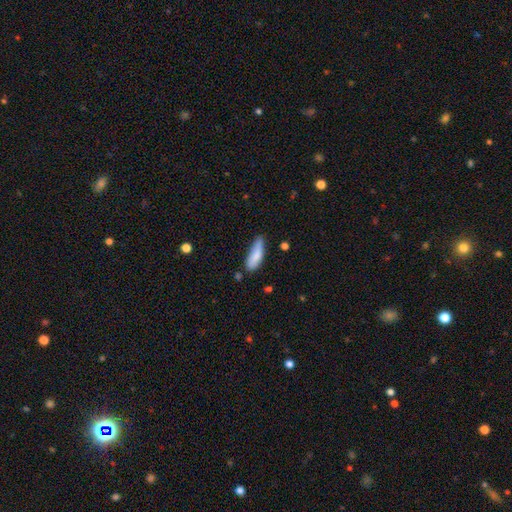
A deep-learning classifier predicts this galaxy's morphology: type=smooth (82%); roundness=in between (52%); merging=none (54%).